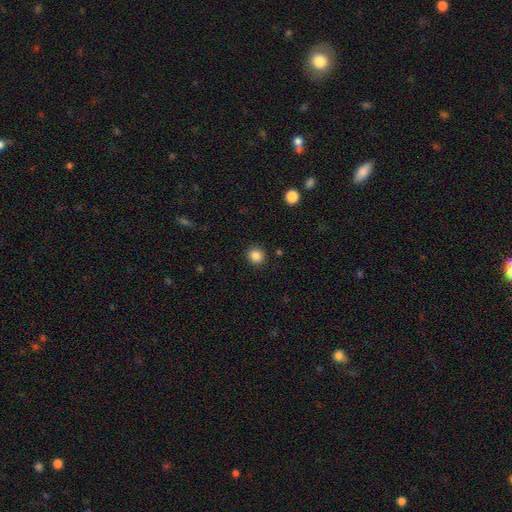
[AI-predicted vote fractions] Overall: smooth (86%). How rounded: round (90%). Merging: none (91%).